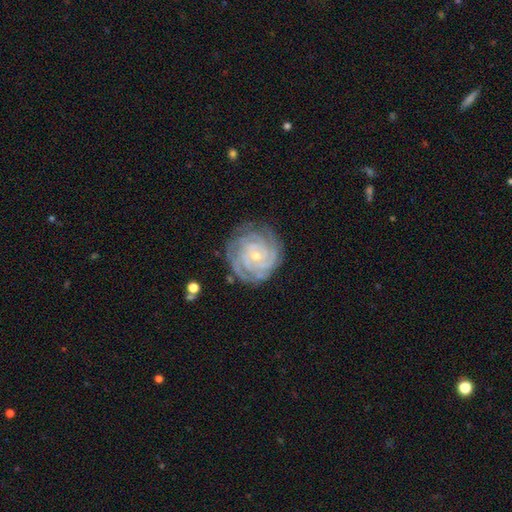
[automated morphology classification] smooth_or_featured: featured or disk (p=0.88) [alt: smooth p=0.06]
disk_edge_on: no (p=0.98) [alt: yes p=0.02]
bar: no (p=0.75) [alt: weak p=0.19]
has_spiral_arms: yes (p=0.98) [alt: no p=0.02]
spiral_winding: tight (p=0.83) [alt: medium p=0.14]
spiral_arm_count: 4 (p=0.25) [alt: can't tell p=0.24]
bulge_size: small (p=0.70) [alt: moderate p=0.27]
merging: none (p=0.79) [alt: minor disturbance p=0.15]